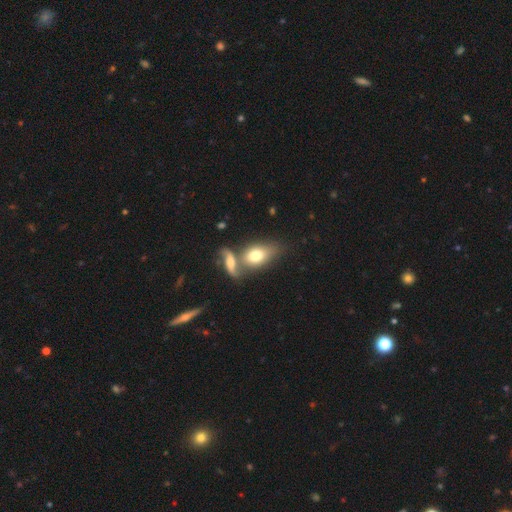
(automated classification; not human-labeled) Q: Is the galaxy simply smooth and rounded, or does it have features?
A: smooth — 69%.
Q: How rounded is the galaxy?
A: in between — 83%.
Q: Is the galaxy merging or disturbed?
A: merger — 50%.